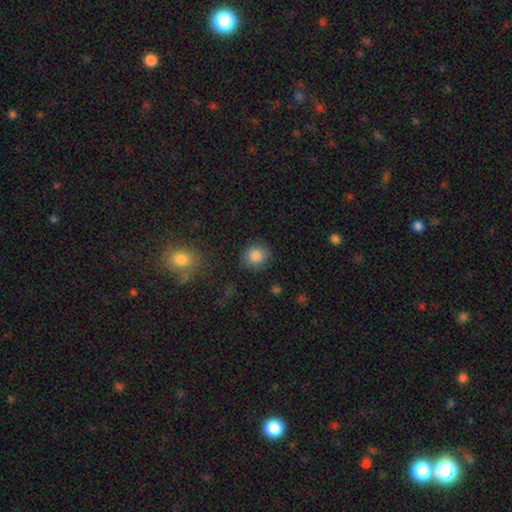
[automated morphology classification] smooth 86%, star or artifact 10%, featured or disk 4%. Down the decision tree: how rounded — round (85%); merging — none (86%).